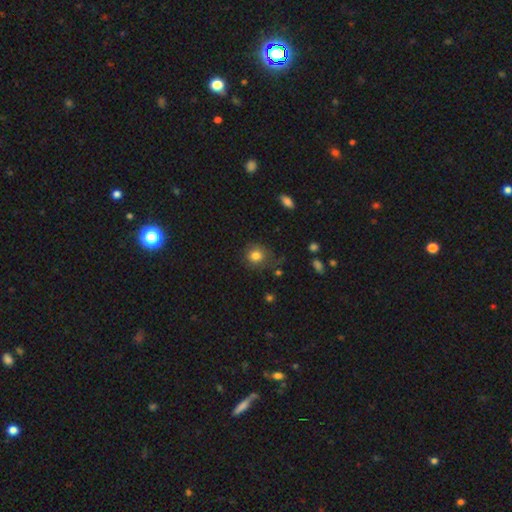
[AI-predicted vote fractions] A smooth galaxy with no disk features (81%) that is round (82%). Merging: none (73%).